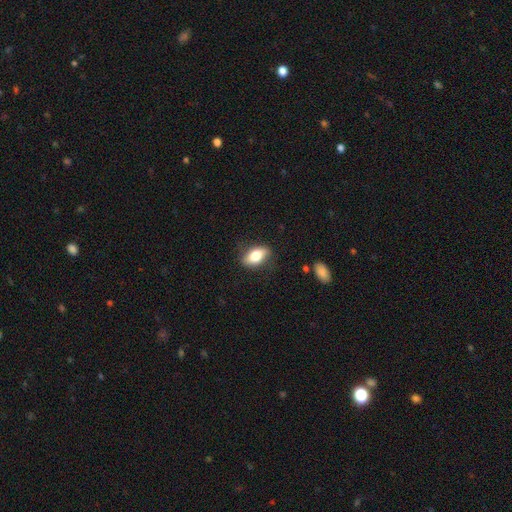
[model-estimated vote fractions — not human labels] A smooth galaxy with no disk features (73%) that is in between round and cigar-shaped (85%).

Vote fractions:
- Smooth or featured? smooth: 73% / featured or disk: 20% / star or artifact: 7%
- How rounded? in between: 85% / round: 8% / cigar-shaped: 7%
- Merging? none: 78% / minor disturbance: 16% / major disturbance: 4% / merger: 1%